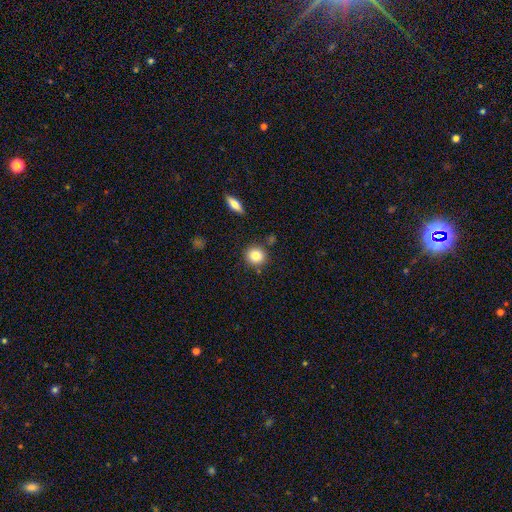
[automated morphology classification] This is clearly a smooth galaxy (84%). How rounded: clearly round (88%). Merging: clearly none (84%).